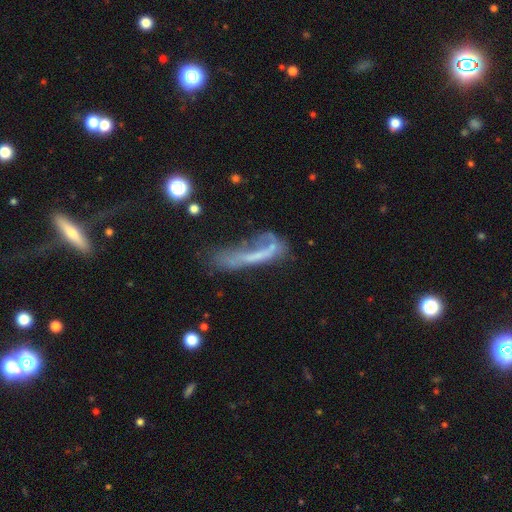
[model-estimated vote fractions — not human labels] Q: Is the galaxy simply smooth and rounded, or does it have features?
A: featured or disk — 46%.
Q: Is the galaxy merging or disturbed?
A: major disturbance — 43%.